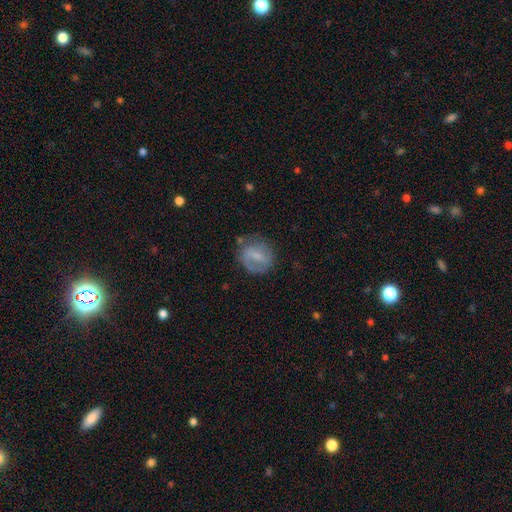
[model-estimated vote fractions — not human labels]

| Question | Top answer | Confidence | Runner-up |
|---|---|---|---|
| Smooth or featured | smooth | 50% | featured or disk (43%) |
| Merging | none | 63% | minor disturbance (23%) |